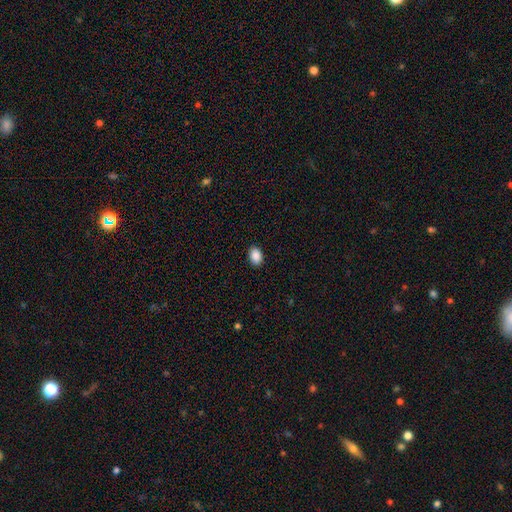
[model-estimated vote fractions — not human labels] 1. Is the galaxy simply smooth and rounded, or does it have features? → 89% smooth, 8% star or artifact, 3% featured or disk.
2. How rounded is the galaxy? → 81% in between, 18% round, 1% cigar-shaped.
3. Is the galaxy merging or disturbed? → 90% none, 7% minor disturbance, 2% major disturbance, 1% merger.